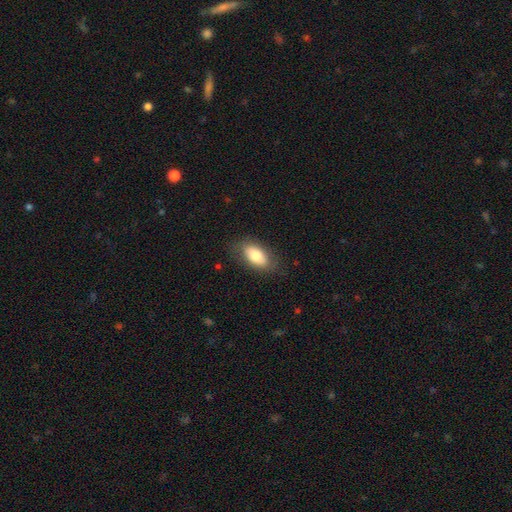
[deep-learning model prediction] smooth_or_featured: smooth (p=0.77) [alt: featured or disk p=0.16]
how_rounded: in between (p=0.91) [alt: cigar-shaped p=0.05]
merging: none (p=0.80) [alt: minor disturbance p=0.15]